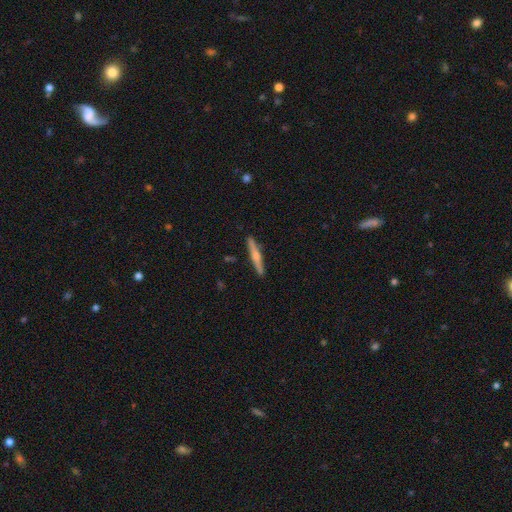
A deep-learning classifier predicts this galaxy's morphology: Smooth or featured: featured or disk — 57% (smooth — 38%)
Edge-on disk: yes — 97% (no — 3%)
Edge-on bulge: rounded — 82% (none — 10%)
Merging: none — 90% (minor disturbance — 7%)